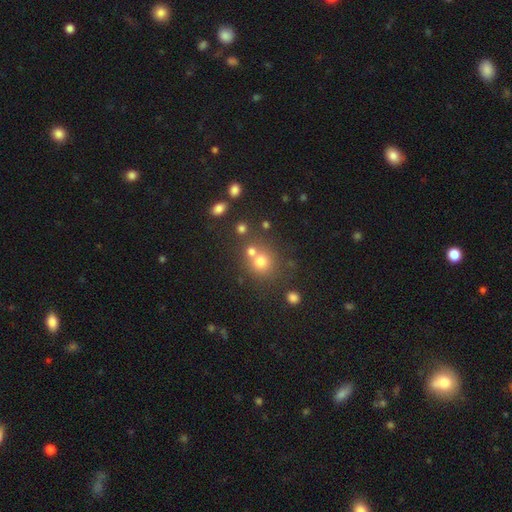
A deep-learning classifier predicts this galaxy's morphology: The model was most divided on "merging": none: 56%, merger: 32%, minor disturbance: 8%, major disturbance: 4%. More confident: how rounded — round (85%); smooth or featured — smooth (63%).